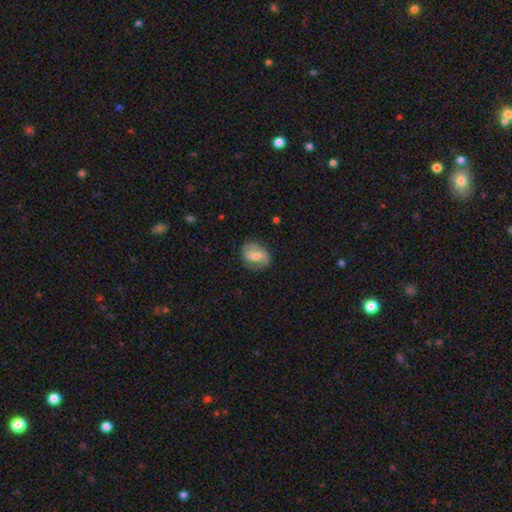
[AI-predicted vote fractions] featured or disk 60%, smooth 33%, star or artifact 7%. Down the decision tree: edge-on disk — no (96%); bar — weak (44%); spiral arms — yes (84%); bulge size — moderate (52%); merging — none (73%).